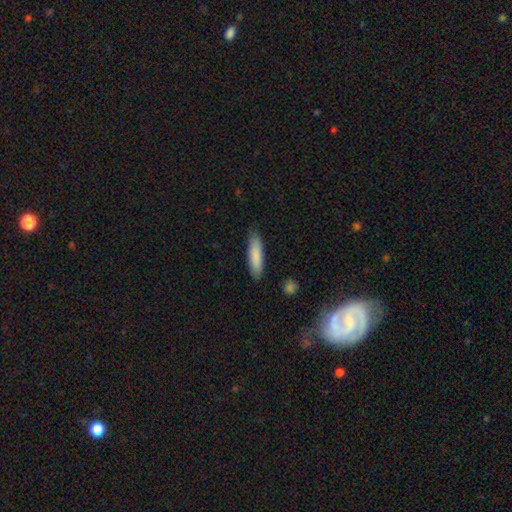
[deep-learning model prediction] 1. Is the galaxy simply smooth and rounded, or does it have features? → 86% smooth, 9% featured or disk, 6% star or artifact.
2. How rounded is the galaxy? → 71% cigar-shaped, 28% in between, 1% round.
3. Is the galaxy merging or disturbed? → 87% none, 10% minor disturbance, 2% major disturbance, 1% merger.